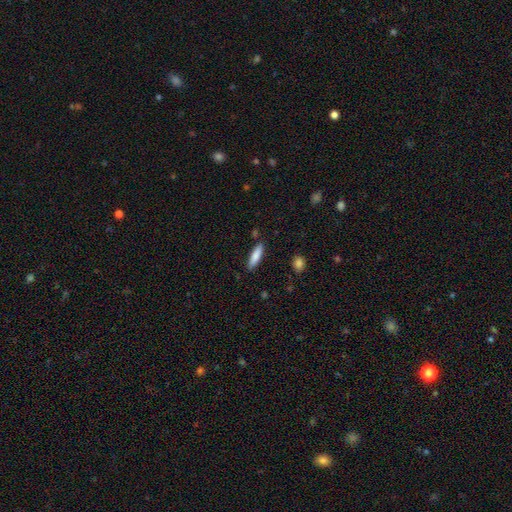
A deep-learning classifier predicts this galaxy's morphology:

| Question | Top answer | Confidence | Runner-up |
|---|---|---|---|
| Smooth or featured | smooth | 82% | featured or disk (12%) |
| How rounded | cigar-shaped | 71% | in between (27%) |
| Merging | none | 85% | minor disturbance (10%) |